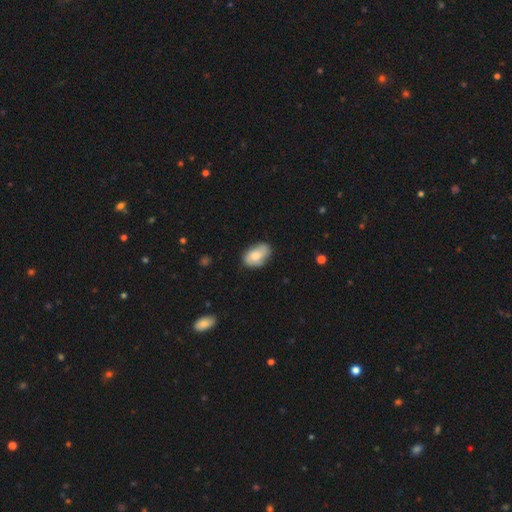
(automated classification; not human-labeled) Morphology: type=smooth (68%); roundness=in between (87%); merging=none (66%).